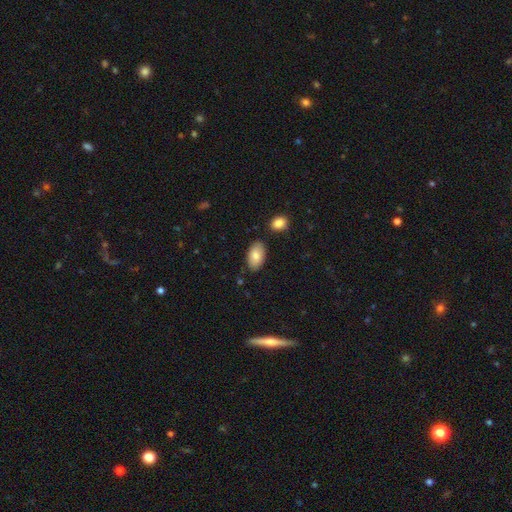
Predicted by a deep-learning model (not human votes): This is clearly a smooth galaxy (83%). How rounded: clearly in between (95%). Merging: clearly none (82%).